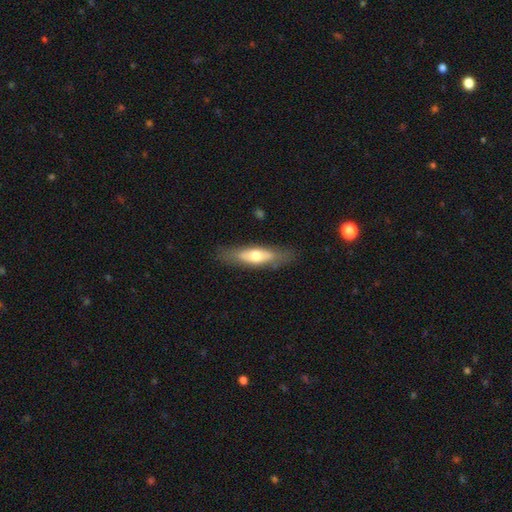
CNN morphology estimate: smooth_or_featured: smooth (p=0.55) [alt: featured or disk p=0.39]
how_rounded: cigar-shaped (p=0.51) [alt: in between p=0.47]
merging: none (p=0.80) [alt: minor disturbance p=0.14]